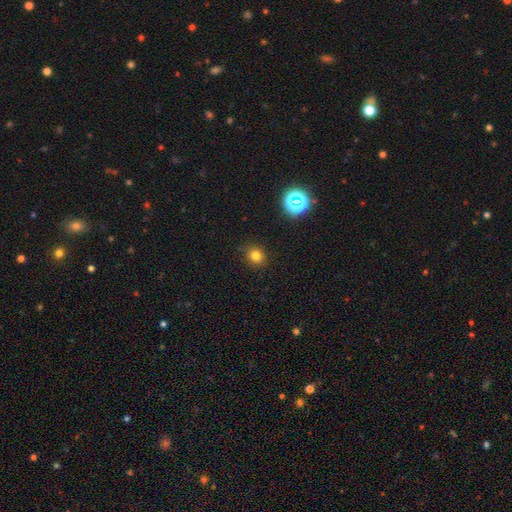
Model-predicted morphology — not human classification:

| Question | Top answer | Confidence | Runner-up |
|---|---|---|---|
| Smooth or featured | smooth | 78% | star or artifact (16%) |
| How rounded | round | 80% | in between (19%) |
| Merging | none | 87% | minor disturbance (9%) |